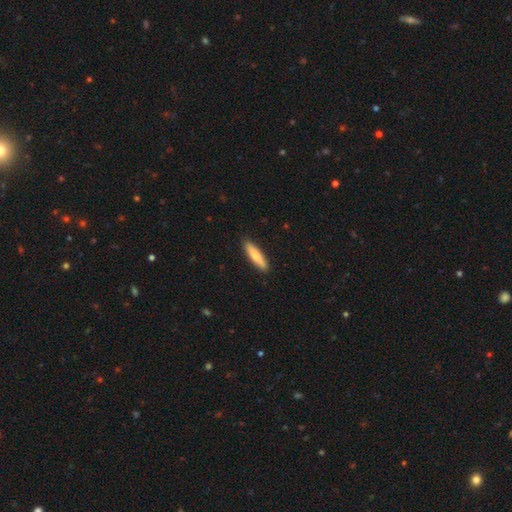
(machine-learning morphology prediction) This appears to be a smooth galaxy with no disk features (77%) that is cigar-shaped (80%). Merging: none (89%).